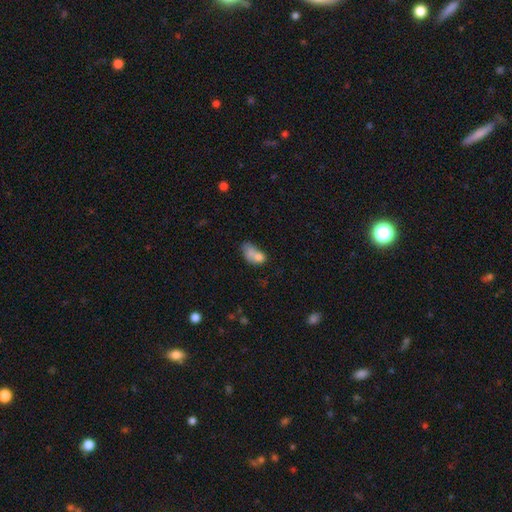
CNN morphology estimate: This is likely a smooth galaxy (71%). How rounded: likely in between (76%). Merging: possibly merger (51%).